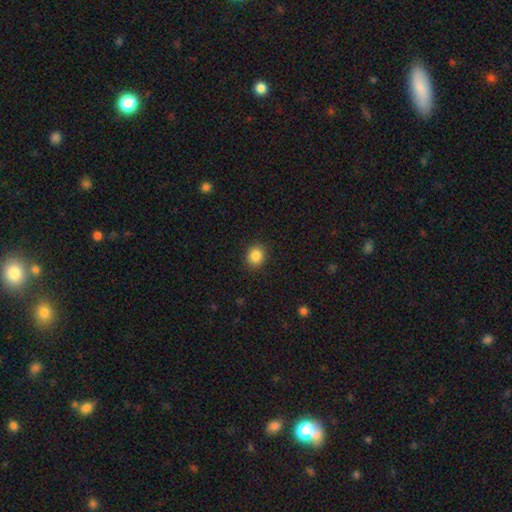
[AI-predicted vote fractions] Smooth or featured?
  - smooth: 86% *
  - star or artifact: 10%
  - featured or disk: 4%
How rounded?
  - round: 73% *
  - in between: 26%
  - cigar-shaped: 1%
Merging?
  - none: 89% *
  - minor disturbance: 7%
  - major disturbance: 2%
  - merger: 1%